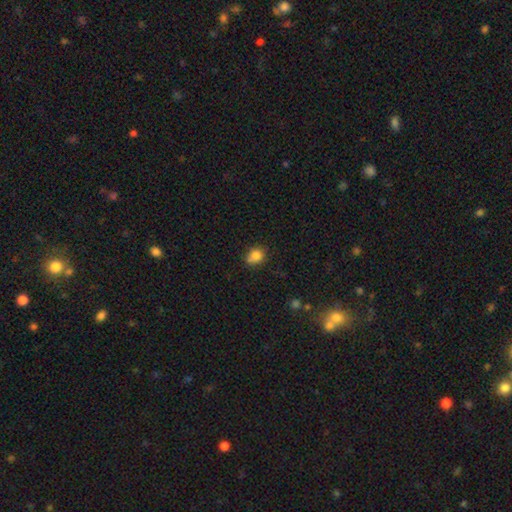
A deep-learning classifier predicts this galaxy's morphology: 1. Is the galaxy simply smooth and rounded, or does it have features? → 82% smooth, 11% star or artifact, 8% featured or disk.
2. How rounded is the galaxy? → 60% round, 39% in between, 1% cigar-shaped.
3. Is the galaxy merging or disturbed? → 57% none, 26% minor disturbance, 11% merger, 6% major disturbance.